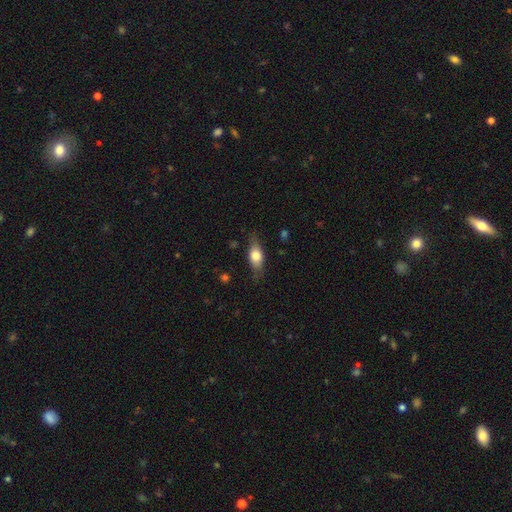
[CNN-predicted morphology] Q: Smooth or featured?
A: smooth (63%); runner-up: featured or disk (30%)
Q: How rounded?
A: in between (75%); runner-up: cigar-shaped (19%)
Q: Merging?
A: none (74%); runner-up: minor disturbance (20%)